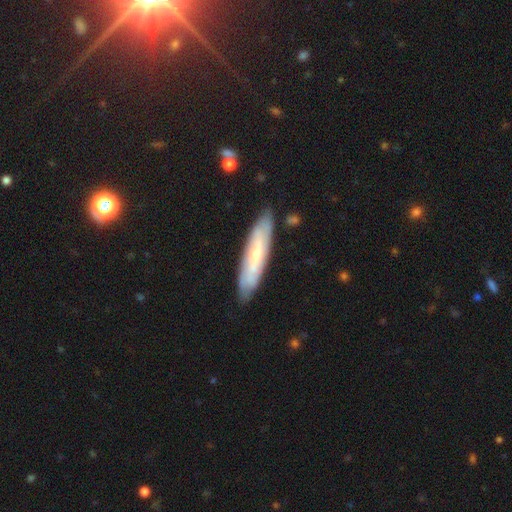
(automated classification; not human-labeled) Smooth or featured? Predicted: featured or disk (p=0.63). Edge-on disk? Predicted: no (p=0.57). Merging? Predicted: none (p=0.84).